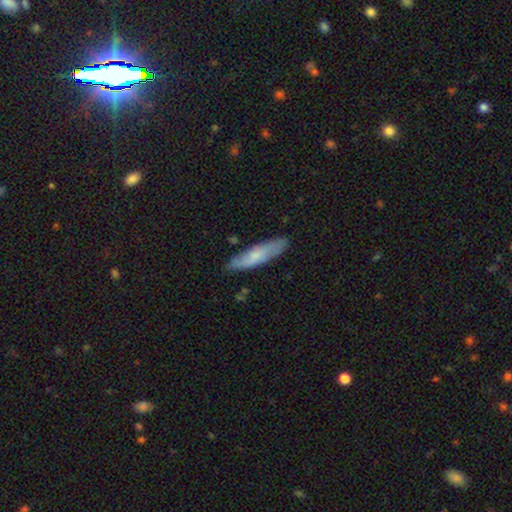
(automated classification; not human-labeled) Q: Smooth or featured?
A: smooth (64%); runner-up: featured or disk (30%)
Q: How rounded?
A: cigar-shaped (74%); runner-up: in between (25%)
Q: Merging?
A: none (82%); runner-up: minor disturbance (14%)